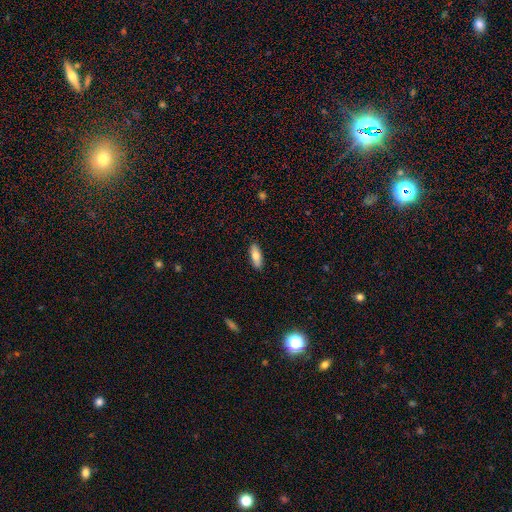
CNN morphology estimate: A smooth galaxy with no disk features (76%) that is in between round and cigar-shaped (68%). Merging: none (89%).